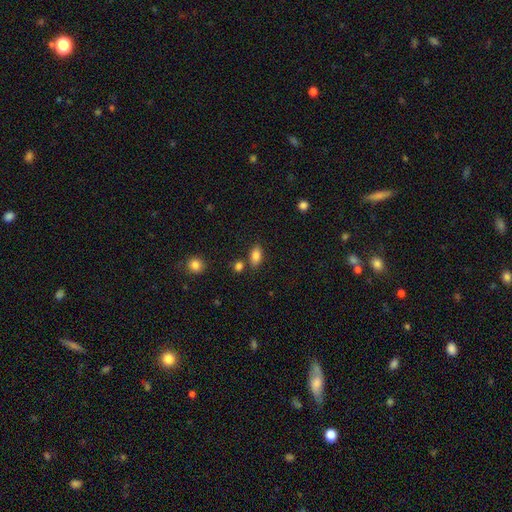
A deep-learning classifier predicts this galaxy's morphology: A smooth galaxy with no disk features (83%) that is in between round and cigar-shaped (88%). Merging: none (75%).